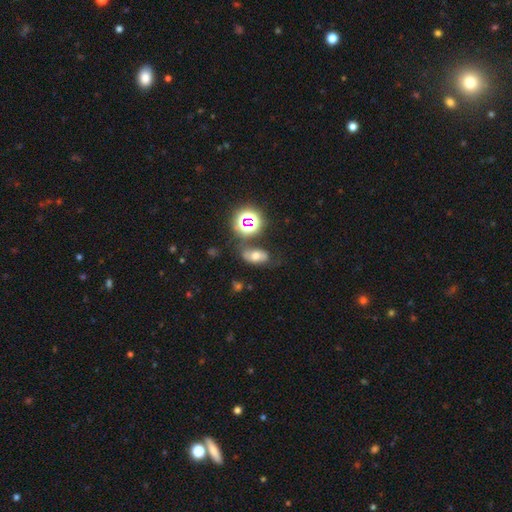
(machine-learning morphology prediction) Overall: smooth (51%; featured or disk 26%). How rounded: in between (82%). Merging: none (56%; minor disturbance 23%).